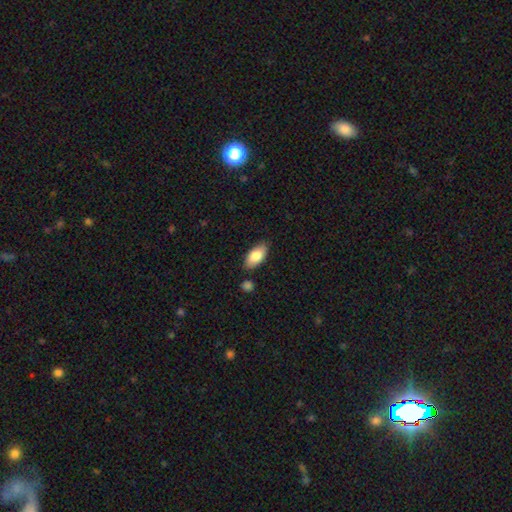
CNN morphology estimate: smooth 83%, featured or disk 11%, star or artifact 6%. Down the decision tree: how rounded — in between (91%); merging — none (81%).